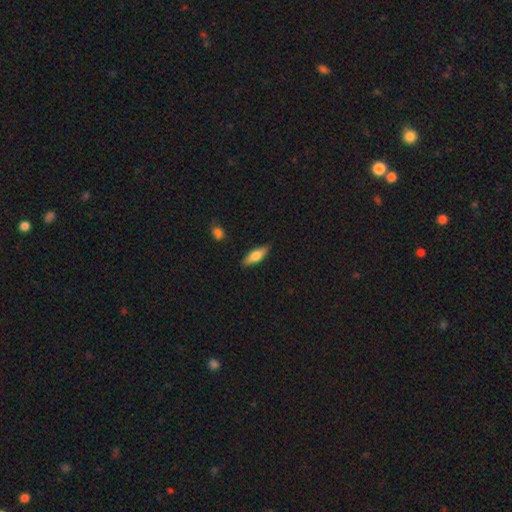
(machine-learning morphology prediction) This appears to be a smooth galaxy with no disk features (63%) that is in between round and cigar-shaped (59%). Merging: none (86%).